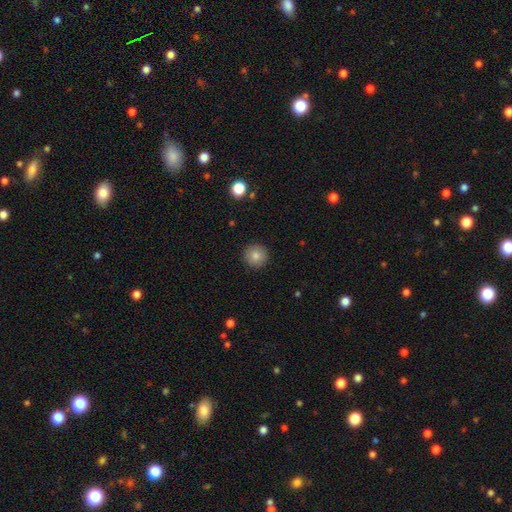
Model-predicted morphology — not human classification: Smooth or featured?
  - smooth: 83% *
  - star or artifact: 10%
  - featured or disk: 7%
How rounded?
  - round: 95% *
  - in between: 4%
  - cigar-shaped: 1%
Merging?
  - none: 92% *
  - minor disturbance: 5%
  - major disturbance: 2%
  - merger: 1%